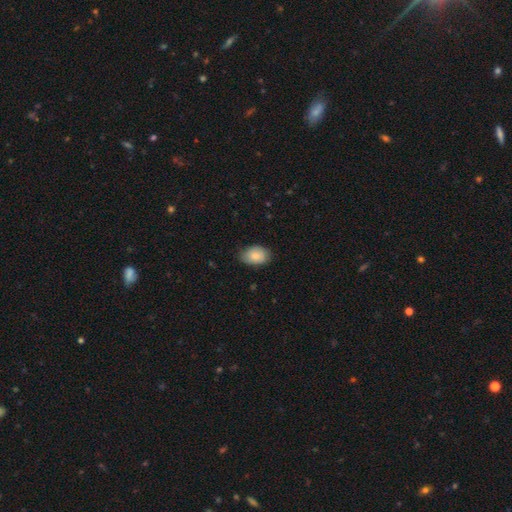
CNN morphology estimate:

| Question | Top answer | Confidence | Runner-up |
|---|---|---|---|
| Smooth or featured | smooth | 83% | featured or disk (11%) |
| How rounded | in between | 84% | round (15%) |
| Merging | none | 77% | minor disturbance (19%) |